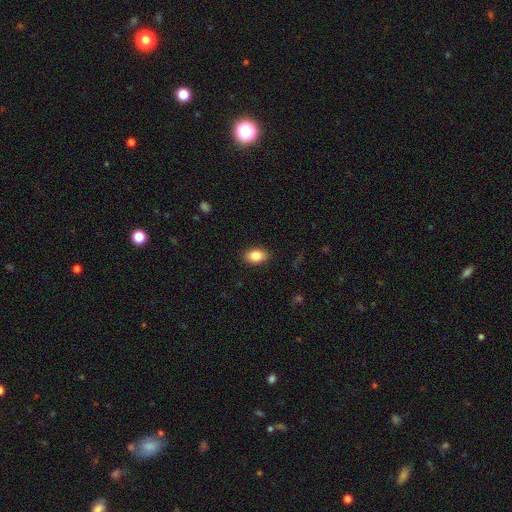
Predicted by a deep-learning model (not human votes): Overall: smooth (86%). How rounded: in between (85%). Merging: none (89%).